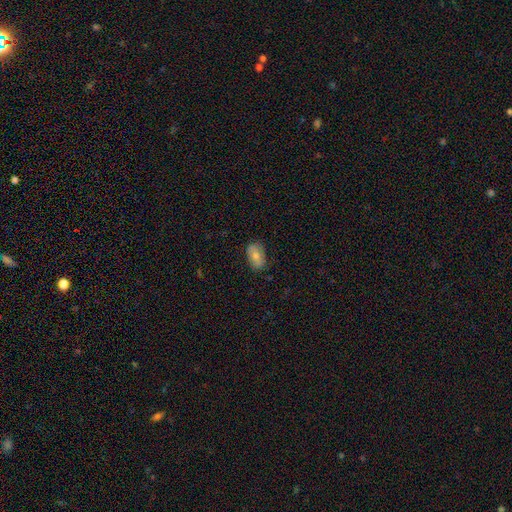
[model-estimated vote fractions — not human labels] A smooth galaxy with no disk features (74%) that is in between round and cigar-shaped (91%).

Vote fractions:
- Smooth or featured? smooth: 74% / featured or disk: 19% / star or artifact: 7%
- How rounded? in between: 91% / round: 7% / cigar-shaped: 2%
- Merging? none: 78% / minor disturbance: 17% / major disturbance: 3% / merger: 1%